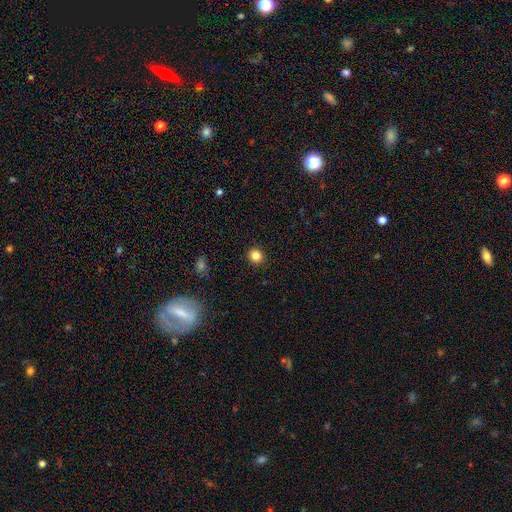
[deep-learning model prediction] Overall: smooth (84%). How rounded: round (91%). Merging: none (92%).